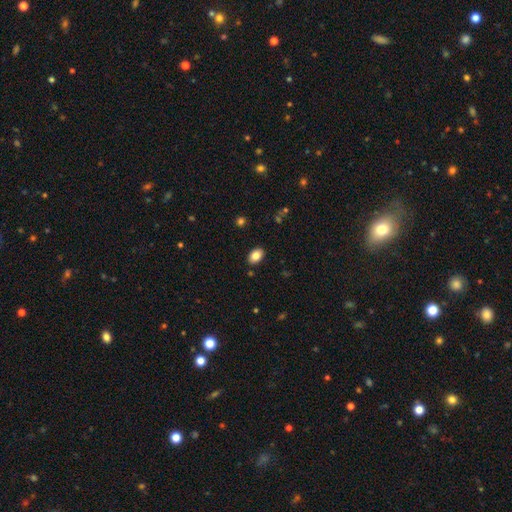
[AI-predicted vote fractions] Morphology: type=smooth (84%); roundness=in between (84%); merging=none (88%).